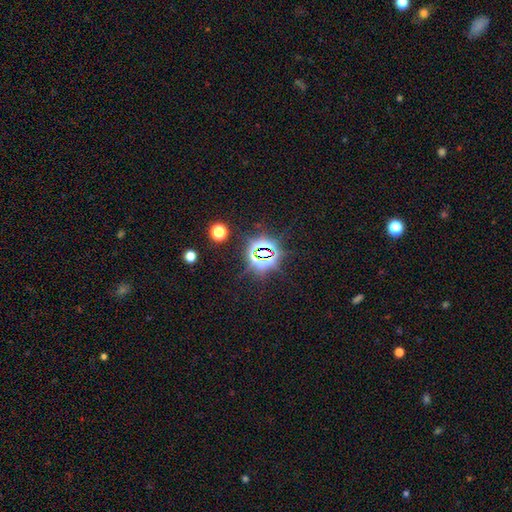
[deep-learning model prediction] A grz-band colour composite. It shows a star or artifact, not a galaxy (78%).